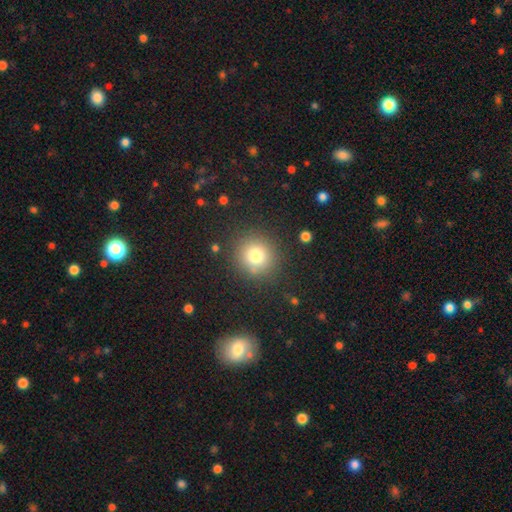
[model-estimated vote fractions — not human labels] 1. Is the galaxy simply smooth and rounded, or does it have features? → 77% smooth, 14% star or artifact, 10% featured or disk.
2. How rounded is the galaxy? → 91% round, 8% in between, 1% cigar-shaped.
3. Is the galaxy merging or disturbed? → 86% none, 8% minor disturbance, 3% major disturbance, 2% merger.